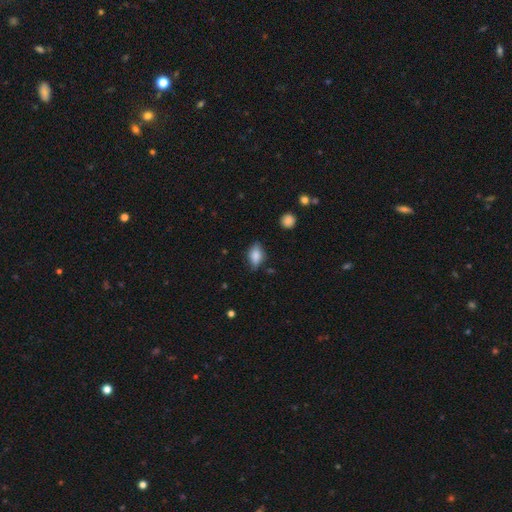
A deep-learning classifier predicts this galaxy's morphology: This appears to be a smooth galaxy with no disk features (74%) that is in between round and cigar-shaped (84%). Merging: none (70%).